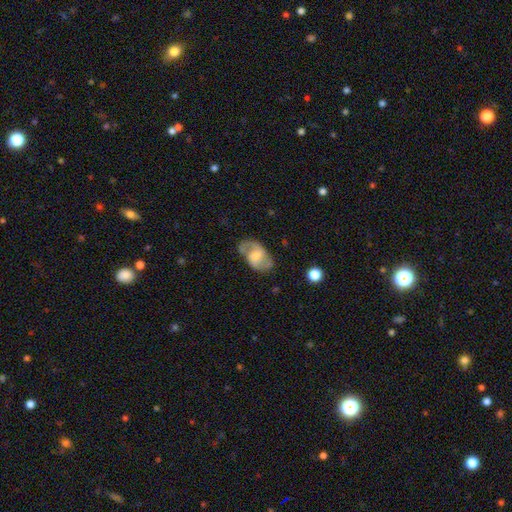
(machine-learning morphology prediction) Smooth or featured: featured or disk — 72% (smooth — 22%)
Edge-on disk: no — 96% (yes — 4%)
Bar: weak — 48% (no — 39%)
Spiral arms: yes — 89% (no — 11%)
Spiral winding: medium — 50% (loose — 31%)
Spiral arm count: 2 — 86% (can't tell — 7%)
Bulge size: moderate — 49% (small — 35%)
Merging: none — 72% (minor disturbance — 18%)